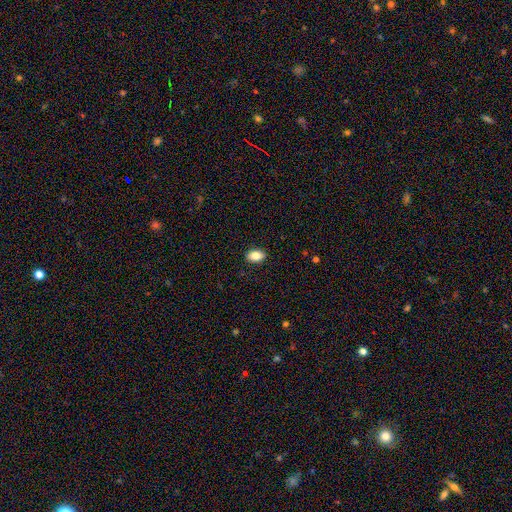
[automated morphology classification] A smooth galaxy with no disk features (84%) that is in between round and cigar-shaped (85%).

Vote fractions:
- Smooth or featured? smooth: 84% / featured or disk: 8% / star or artifact: 8%
- How rounded? in between: 85% / round: 13% / cigar-shaped: 2%
- Merging? none: 90% / minor disturbance: 8% / major disturbance: 2% / merger: 1%